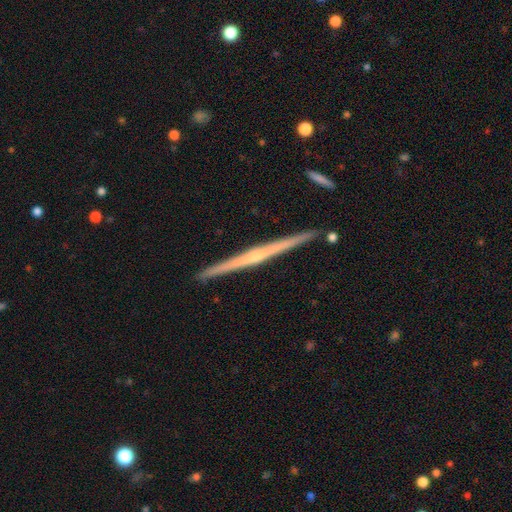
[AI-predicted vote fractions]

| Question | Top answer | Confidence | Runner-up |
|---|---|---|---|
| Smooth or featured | featured or disk | 77% | smooth (18%) |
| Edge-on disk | yes | 99% | no (1%) |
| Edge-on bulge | rounded | 49% | none (43%) |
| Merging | none | 92% | minor disturbance (6%) |